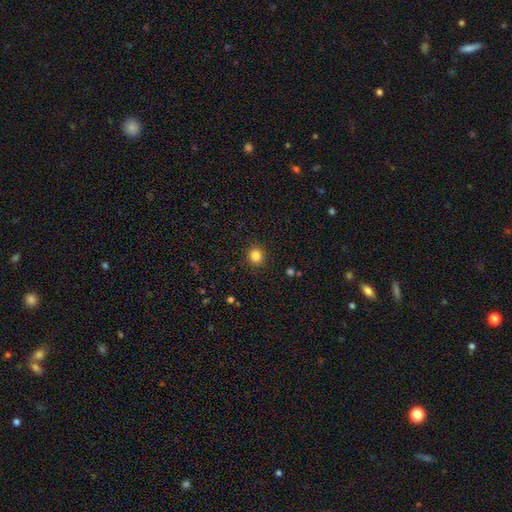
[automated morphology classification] Q: Smooth or featured?
A: smooth (83%); runner-up: star or artifact (12%)
Q: How rounded?
A: round (82%); runner-up: in between (17%)
Q: Merging?
A: none (90%); runner-up: minor disturbance (7%)